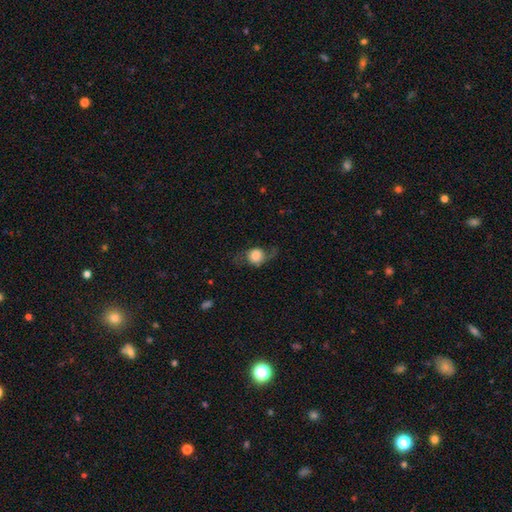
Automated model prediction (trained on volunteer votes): smooth_or_featured: smooth (p=0.57) [alt: featured or disk p=0.34]
how_rounded: round (p=0.71) [alt: in between p=0.27]
merging: none (p=0.51) [alt: major disturbance p=0.24]